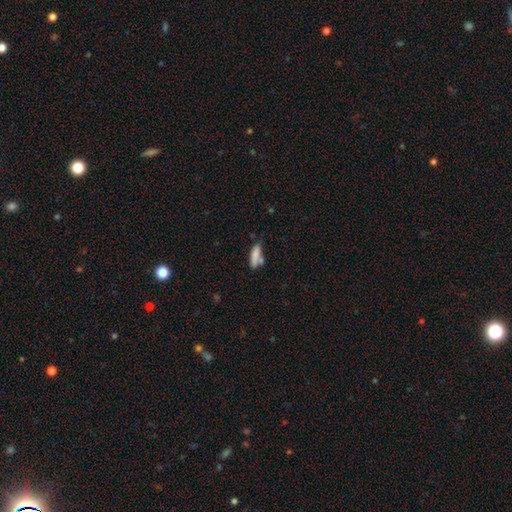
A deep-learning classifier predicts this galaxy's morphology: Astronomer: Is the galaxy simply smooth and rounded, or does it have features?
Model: smooth — 79%.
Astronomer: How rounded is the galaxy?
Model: cigar-shaped — 52% (runner-up: in between, 46%).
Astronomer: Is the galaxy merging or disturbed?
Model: none — 50%.